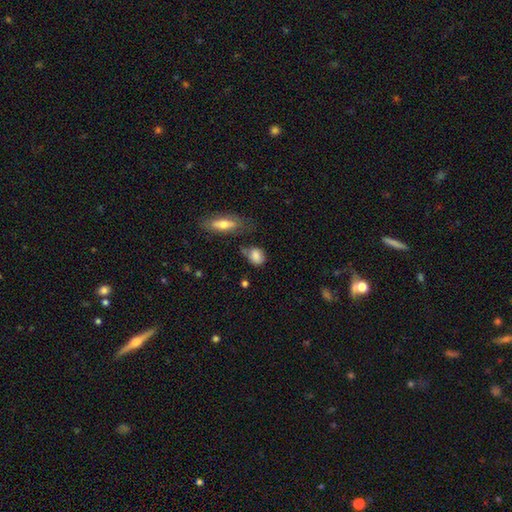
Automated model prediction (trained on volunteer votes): Smooth or featured: smooth — 81% (featured or disk — 11%)
How rounded: in between — 63% (round — 34%)
Merging: none — 48% (minor disturbance — 30%)